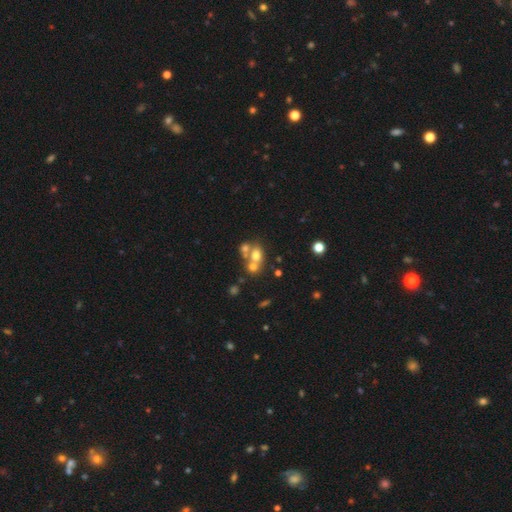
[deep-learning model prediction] Overall: smooth (62%; featured or disk 22%). How rounded: round (61%; in between 38%). Merging: merger (52%; none 34%).